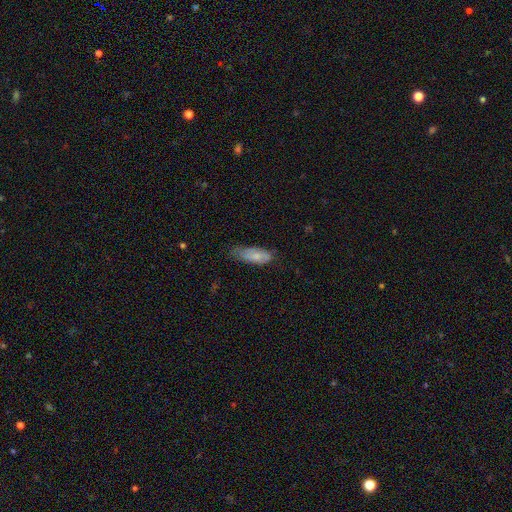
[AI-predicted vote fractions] Smooth or featured?
  - smooth: 70% *
  - featured or disk: 24%
  - star or artifact: 6%
How rounded?
  - in between: 76% *
  - cigar-shaped: 22%
  - round: 2%
Merging?
  - none: 50% *
  - minor disturbance: 37%
  - major disturbance: 11%
  - merger: 2%